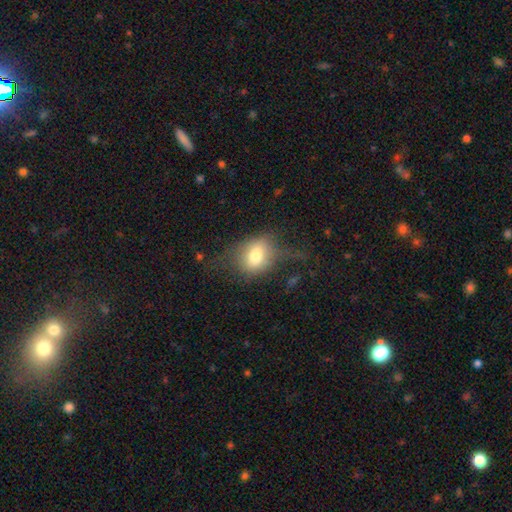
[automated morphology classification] smooth-or-featured: smooth: 63% | featured or disk: 27% | star or artifact: 10%
  how-rounded: in between: 59% | round: 39% | cigar-shaped: 2%
  merging: none: 48% | minor disturbance: 25% | major disturbance: 25% | merger: 2%